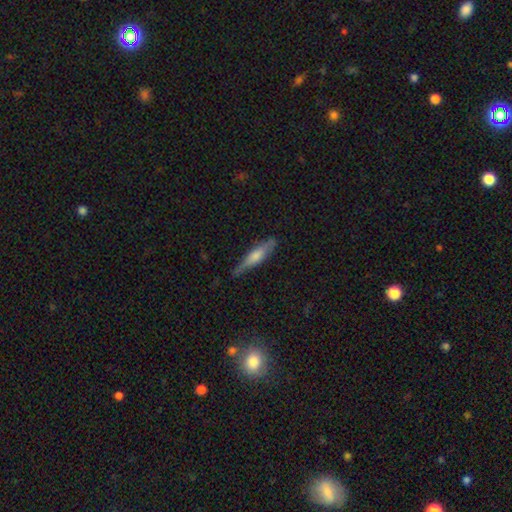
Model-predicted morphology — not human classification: featured or disk 49%, smooth 45%, star or artifact 6%. Down the decision tree: merging — none (76%).